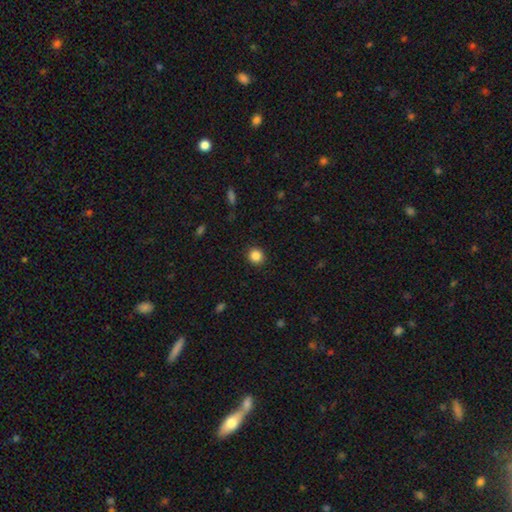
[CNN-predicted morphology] Smooth or featured?
  - smooth: 86% *
  - star or artifact: 10%
  - featured or disk: 4%
How rounded?
  - round: 90% *
  - in between: 10%
  - cigar-shaped: 1%
Merging?
  - none: 92% *
  - minor disturbance: 5%
  - major disturbance: 2%
  - merger: 1%